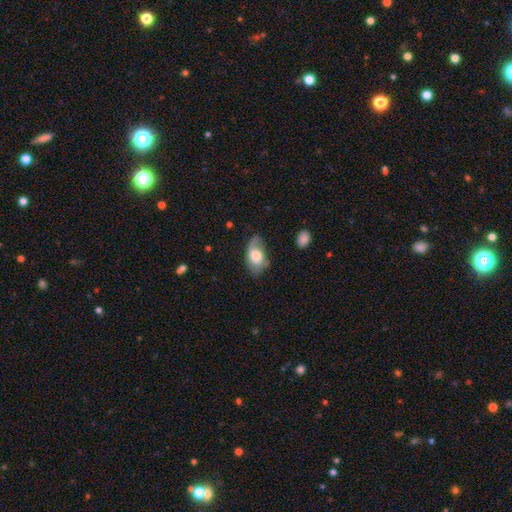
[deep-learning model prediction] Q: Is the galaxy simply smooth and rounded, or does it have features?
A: smooth — 62%.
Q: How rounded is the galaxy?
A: in between — 92%.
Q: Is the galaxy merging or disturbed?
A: none — 60%.